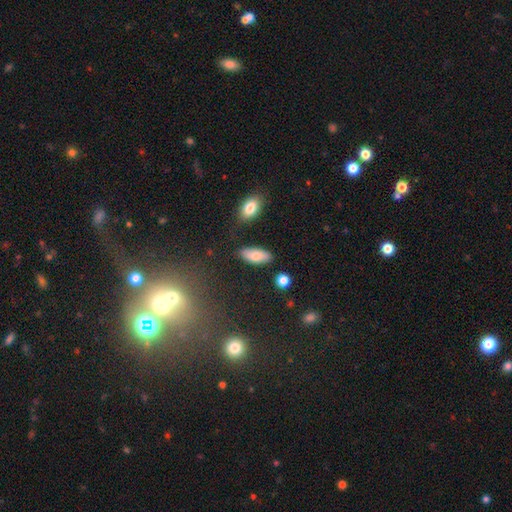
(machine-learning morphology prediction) Smooth or featured?
  - smooth: 80% *
  - featured or disk: 13%
  - star or artifact: 7%
How rounded?
  - in between: 83% *
  - cigar-shaped: 15%
  - round: 3%
Merging?
  - none: 82% *
  - minor disturbance: 12%
  - merger: 3%
  - major disturbance: 3%